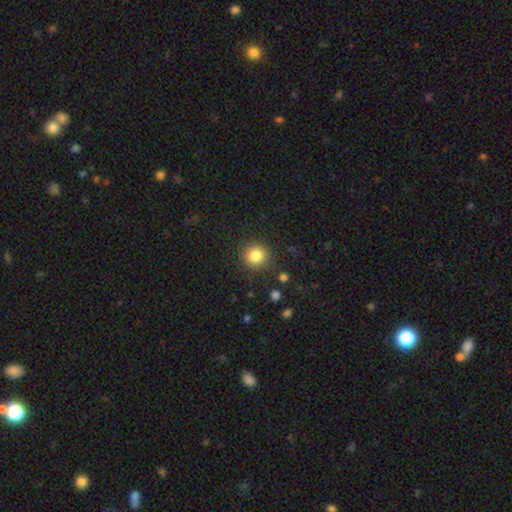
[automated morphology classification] This appears to be a smooth galaxy with no disk features (84%) that is round (90%). Merging: none (88%).